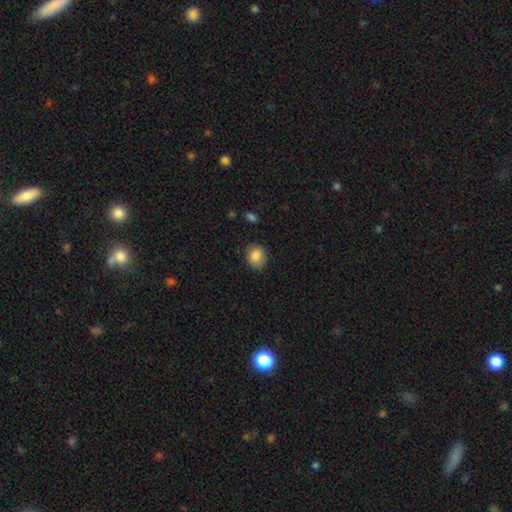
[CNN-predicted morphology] Smooth or featured? Predicted: smooth (p=0.86). How rounded? Predicted: round (p=0.56). Merging? Predicted: none (p=0.83).